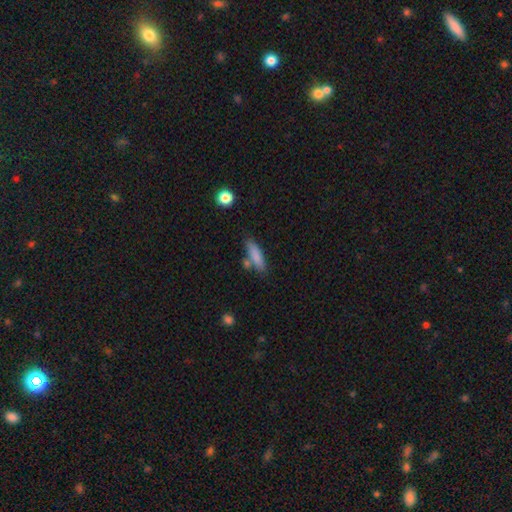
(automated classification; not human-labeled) This is clearly a smooth galaxy (82%). How rounded: likely cigar-shaped (60%). Merging: likely none (68%).